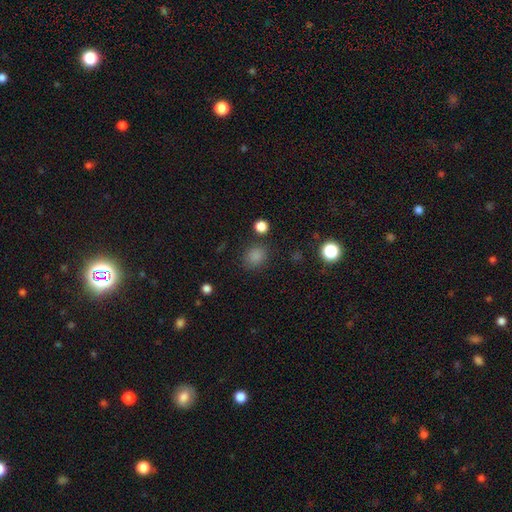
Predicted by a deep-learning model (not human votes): Smooth or featured?
  - smooth: 82% *
  - star or artifact: 14%
  - featured or disk: 4%
How rounded?
  - round: 63% *
  - in between: 36%
  - cigar-shaped: 1%
Merging?
  - none: 80% *
  - minor disturbance: 13%
  - major disturbance: 4%
  - merger: 4%